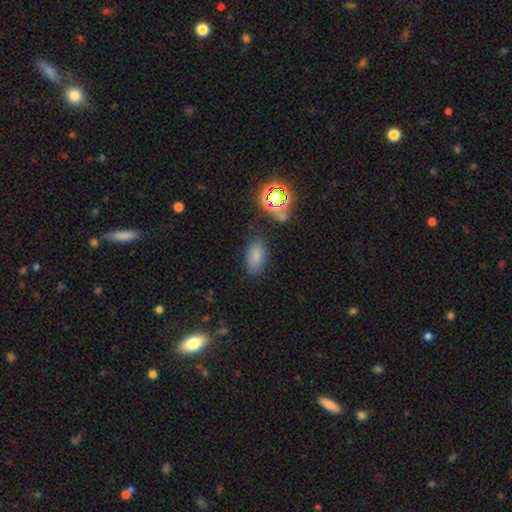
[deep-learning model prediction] This appears to be a smooth galaxy with no disk features (77%) that is in between round and cigar-shaped (90%). Merging: none (77%).